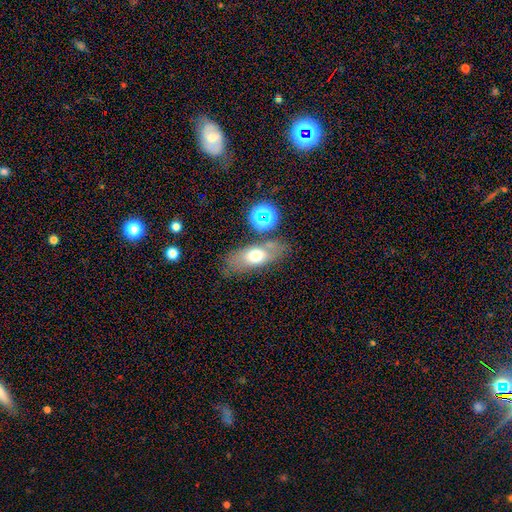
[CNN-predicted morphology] Smooth or featured? Predicted: smooth (p=0.58). How rounded? Predicted: in between (p=0.72). Merging? Predicted: none (p=0.67).